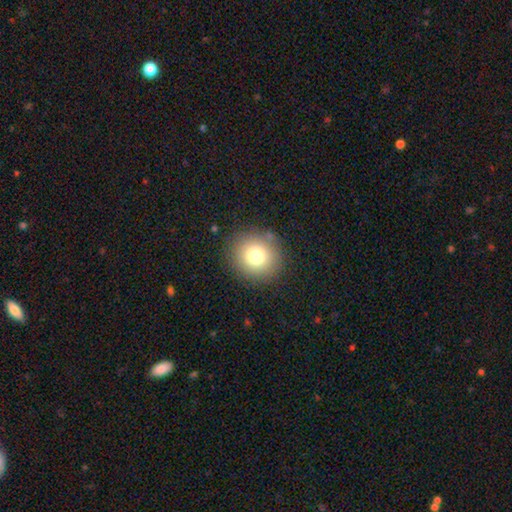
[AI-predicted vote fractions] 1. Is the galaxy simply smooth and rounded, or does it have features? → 77% smooth, 13% star or artifact, 11% featured or disk.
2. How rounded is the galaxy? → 90% round, 9% in between, 1% cigar-shaped.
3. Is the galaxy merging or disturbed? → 88% none, 8% minor disturbance, 3% major disturbance, 1% merger.